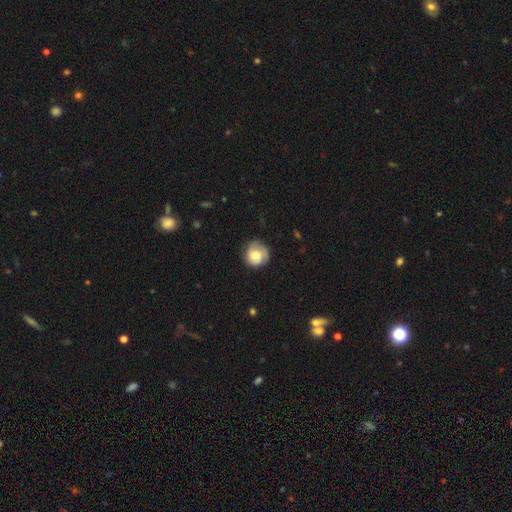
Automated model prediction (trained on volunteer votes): Smooth or featured? smooth (66%)
How rounded? round (88%)
Merging? none (70%)